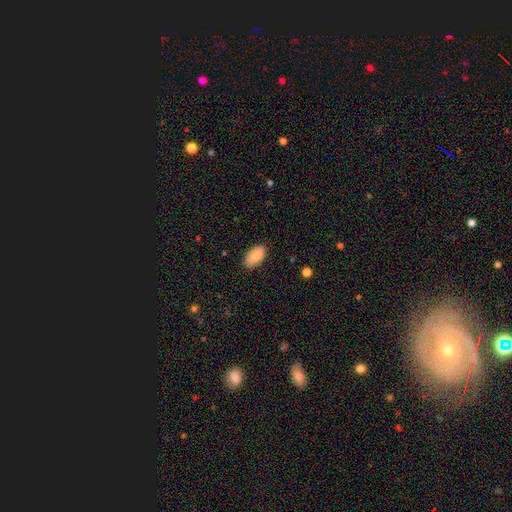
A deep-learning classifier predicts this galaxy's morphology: type=smooth (85%); roundness=in between (95%); merging=none (83%).